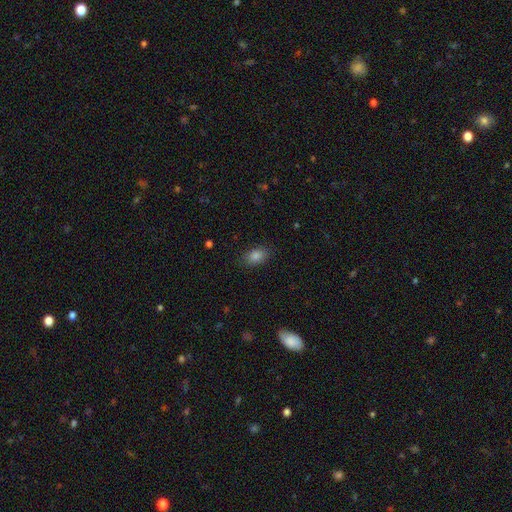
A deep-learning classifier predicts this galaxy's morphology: Smooth or featured? smooth (83%)
How rounded? in between (83%)
Merging? none (86%)